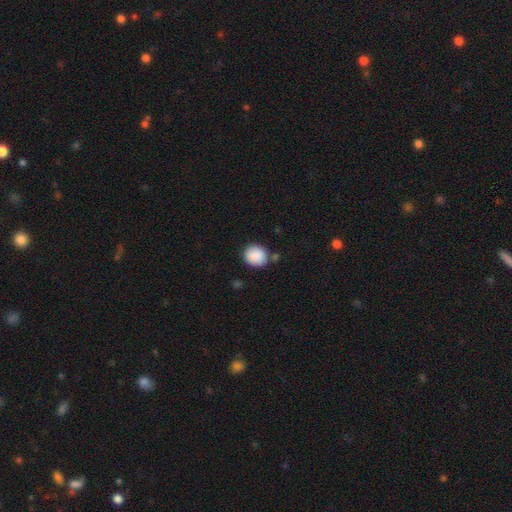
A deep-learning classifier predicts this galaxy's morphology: Smooth or featured? smooth (89%)
How rounded? round (77%)
Merging? none (76%)